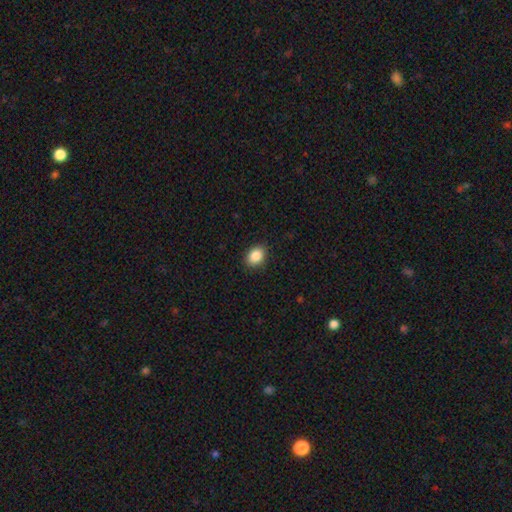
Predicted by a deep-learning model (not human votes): smooth-or-featured: smooth: 87% | star or artifact: 9% | featured or disk: 4%
  how-rounded: in between: 68% | round: 31% | cigar-shaped: 1%
  merging: none: 88% | minor disturbance: 9% | major disturbance: 2% | merger: 1%